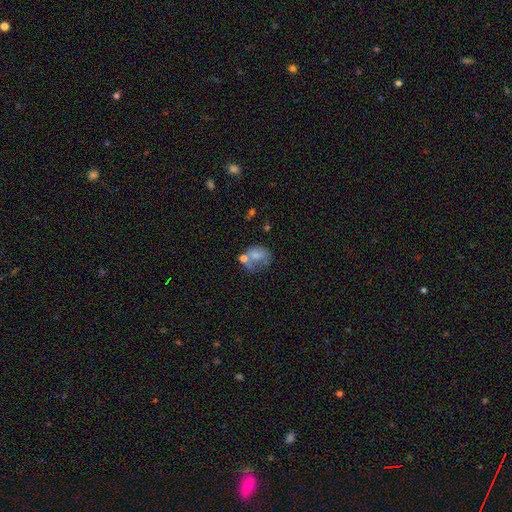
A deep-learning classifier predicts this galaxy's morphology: A smooth galaxy with no disk features (58%) that is in between round and cigar-shaped (52%). Merging: none (29%).